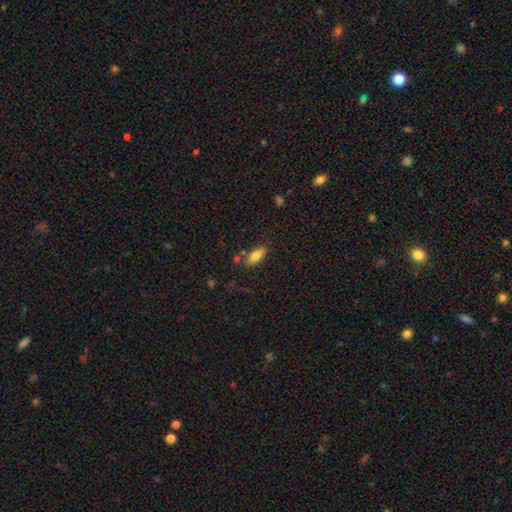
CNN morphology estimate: Smooth or featured?
  - smooth: 79% *
  - featured or disk: 14%
  - star or artifact: 8%
How rounded?
  - in between: 84% *
  - cigar-shaped: 13%
  - round: 3%
Merging?
  - none: 75% *
  - minor disturbance: 14%
  - merger: 7%
  - major disturbance: 4%